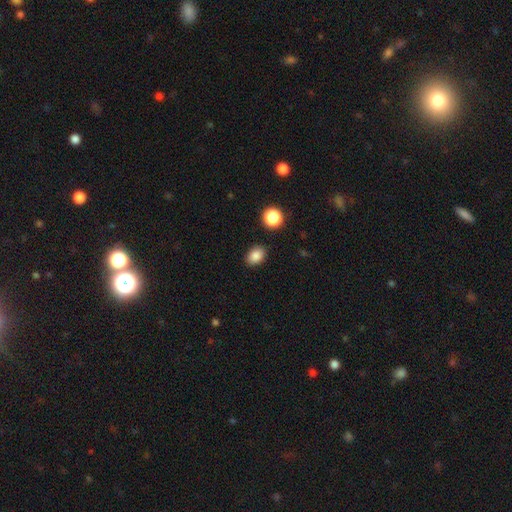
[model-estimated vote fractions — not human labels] smooth 85%, star or artifact 10%, featured or disk 5%. Down the decision tree: how rounded — in between (72%); merging — none (86%).